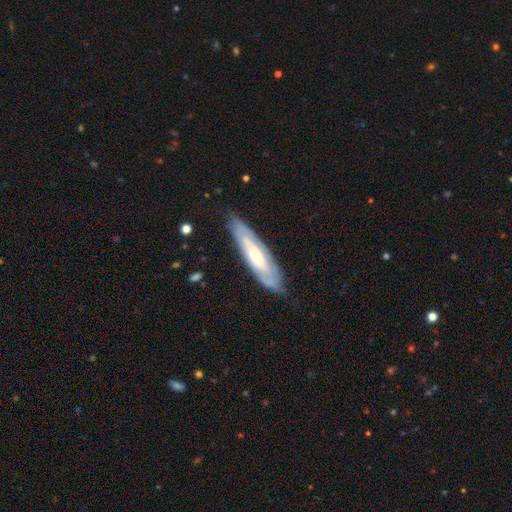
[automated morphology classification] Smooth or featured? Predicted: featured or disk (p=0.63). Edge-on disk? Predicted: no (p=0.63). Merging? Predicted: none (p=0.78).